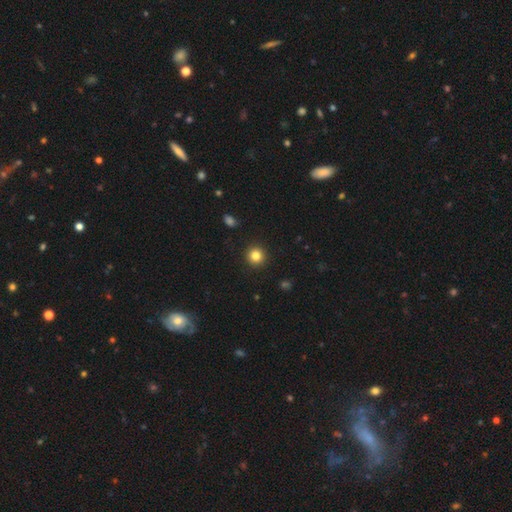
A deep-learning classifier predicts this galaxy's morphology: A smooth galaxy with no disk features (83%) that is round (95%).

Vote fractions:
- Smooth or featured? smooth: 83% / star or artifact: 11% / featured or disk: 5%
- How rounded? round: 95% / in between: 4% / cigar-shaped: 1%
- Merging? none: 93% / minor disturbance: 5% / major disturbance: 2% / merger: 1%